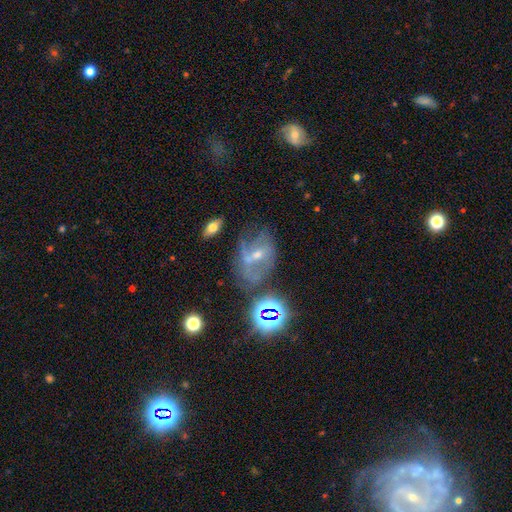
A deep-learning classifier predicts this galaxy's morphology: featured or disk 58%, smooth 21%, star or artifact 20%. Down the decision tree: edge-on disk — no (95%); bar — no (39%); spiral arms — yes (57%); bulge size — small (49%); merging — none (38%).